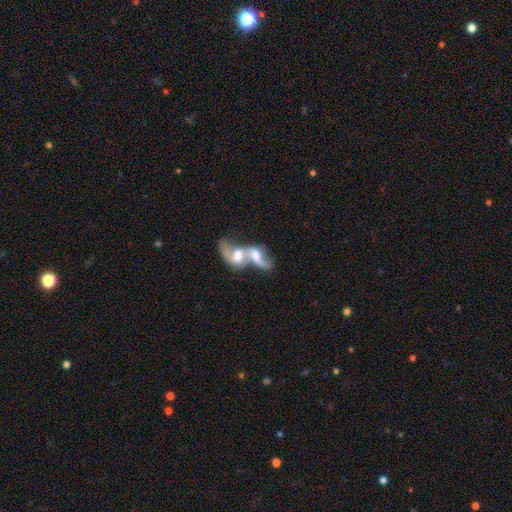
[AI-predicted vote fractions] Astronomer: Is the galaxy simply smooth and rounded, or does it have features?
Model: featured or disk — 55% (runner-up: smooth, 36%).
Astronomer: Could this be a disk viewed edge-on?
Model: no — 94%.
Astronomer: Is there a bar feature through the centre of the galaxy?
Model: no — 58%.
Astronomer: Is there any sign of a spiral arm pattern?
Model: yes — 62% (runner-up: no, 38%).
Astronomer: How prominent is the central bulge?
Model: moderate — 52%.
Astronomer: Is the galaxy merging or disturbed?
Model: merger — 85%.